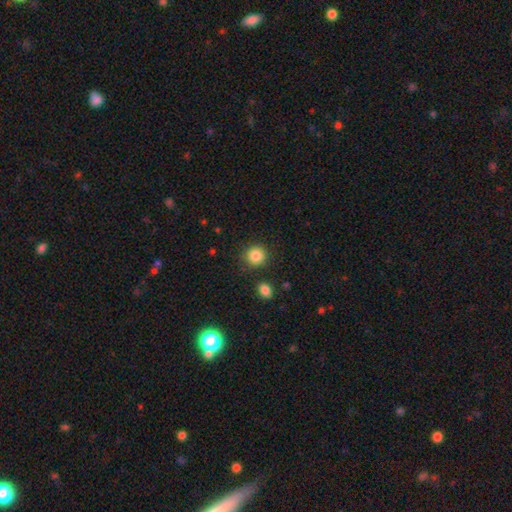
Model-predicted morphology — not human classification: This appears to be a smooth galaxy with no disk features (86%) that is round (91%). Merging: none (86%).